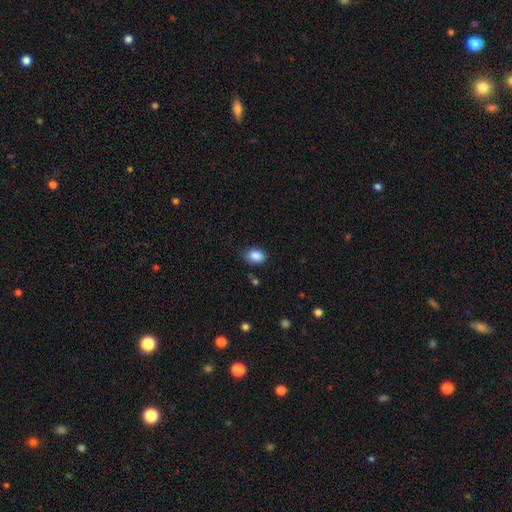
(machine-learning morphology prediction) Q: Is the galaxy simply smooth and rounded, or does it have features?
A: smooth — 87%.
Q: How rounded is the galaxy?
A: in between — 65%.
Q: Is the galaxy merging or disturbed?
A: none — 79%.